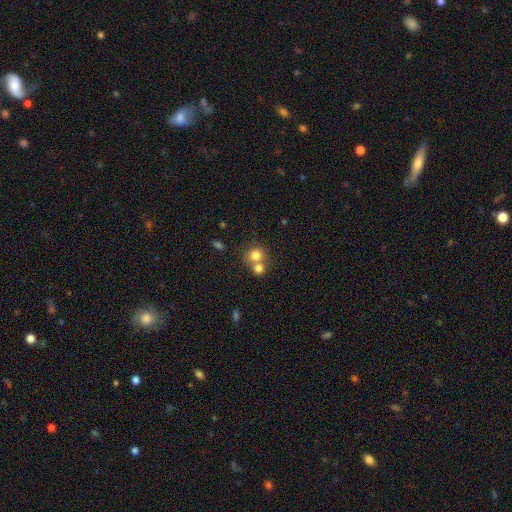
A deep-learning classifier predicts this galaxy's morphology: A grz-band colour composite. It shows a smooth galaxy with no disk features (78%) that is round (85%). Merging: merger (47%).